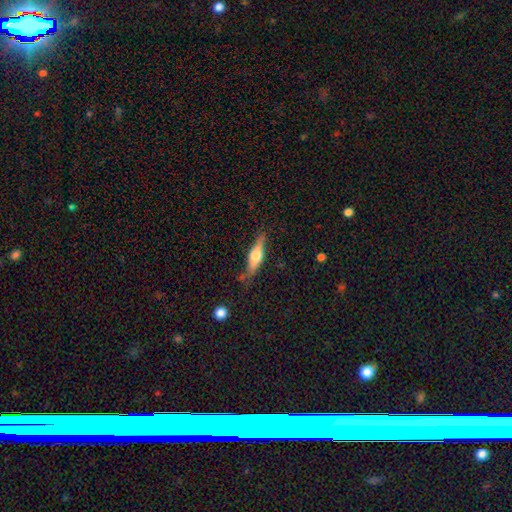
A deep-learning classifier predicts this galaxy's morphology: The model was most divided on "smooth or featured": featured or disk: 55%, smooth: 39%, star or artifact: 6%. More confident: edge-on disk — yes (93%); edge-on bulge — rounded (91%); merging — none (76%).